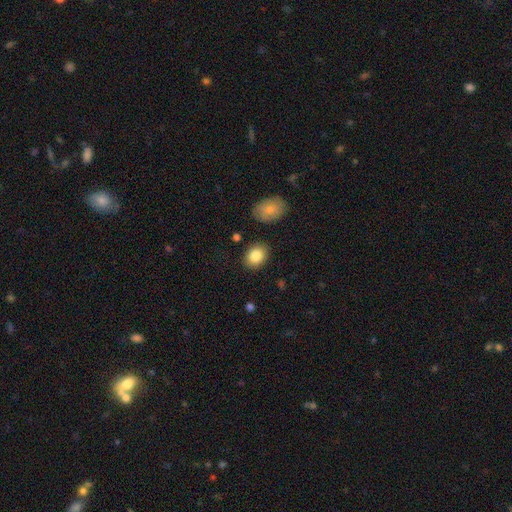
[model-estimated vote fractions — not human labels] Smooth or featured? smooth (85%)
How rounded? in between (66%)
Merging? none (85%)